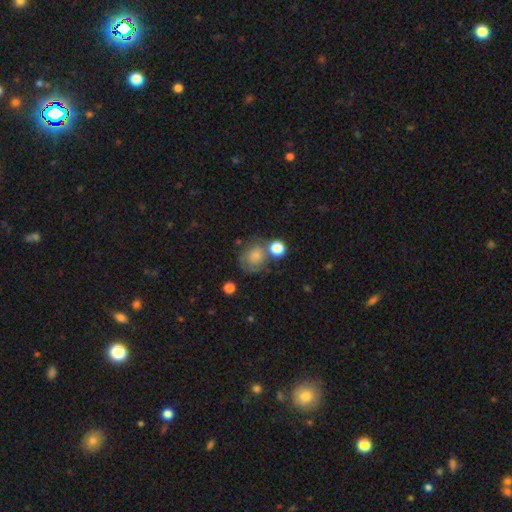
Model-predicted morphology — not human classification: The model was most divided on "merging": none: 46%, minor disturbance: 20%, merger: 20%, major disturbance: 13%. More confident: how rounded — round (76%); smooth or featured — smooth (67%).